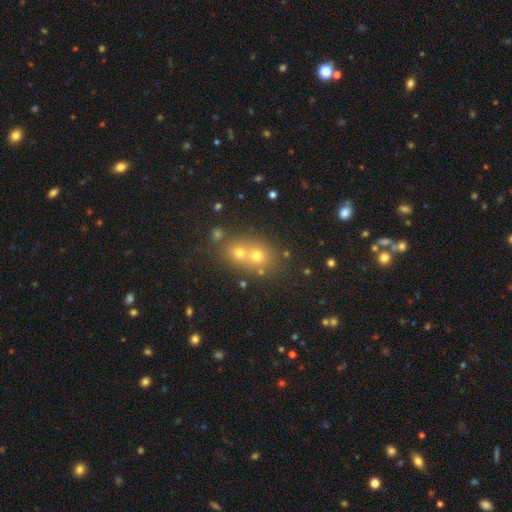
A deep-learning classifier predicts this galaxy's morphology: Smooth or featured? smooth (56%)
How rounded? round (77%)
Merging? merger (52%)